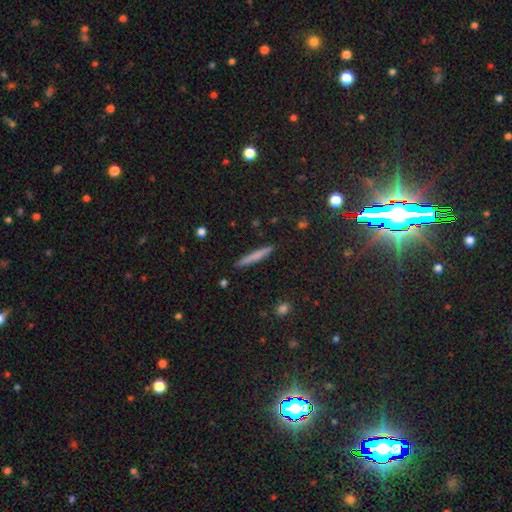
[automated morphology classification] Smooth or featured: smooth — 69% (featured or disk — 23%)
How rounded: cigar-shaped — 95% (in between — 3%)
Merging: none — 90% (minor disturbance — 7%)